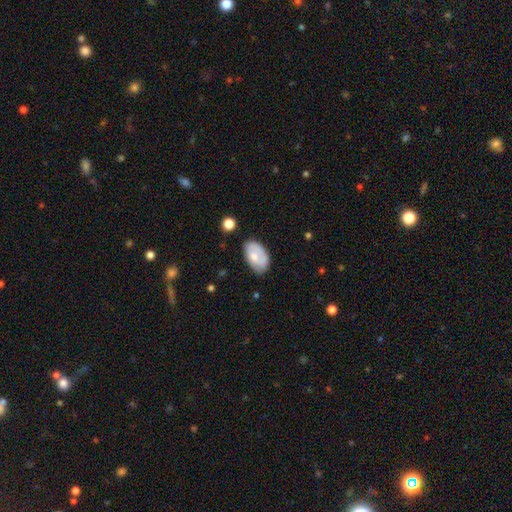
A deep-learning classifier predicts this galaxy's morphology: This appears to be a smooth galaxy with no disk features (64%) that is in between round and cigar-shaped (93%). Merging: none (66%).